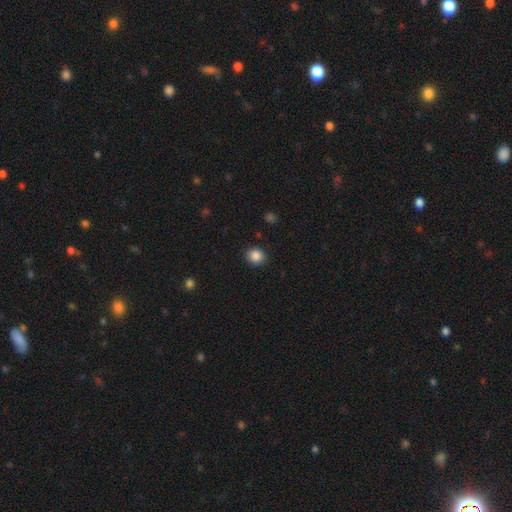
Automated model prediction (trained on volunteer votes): Morphology: type=smooth (86%); roundness=round (73%); merging=none (89%).